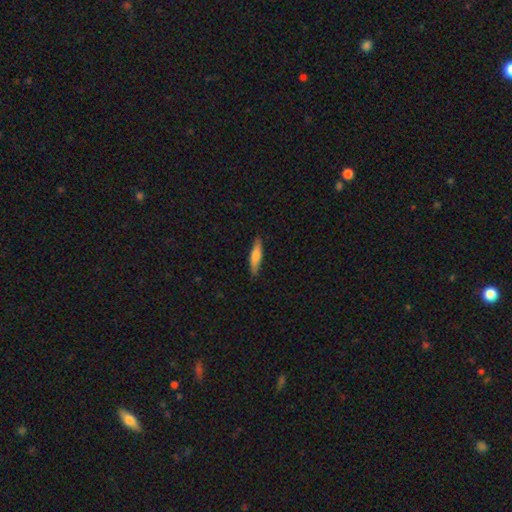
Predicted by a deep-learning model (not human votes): Smooth or featured?
  - smooth: 66% *
  - featured or disk: 28%
  - star or artifact: 6%
How rounded?
  - cigar-shaped: 78% *
  - in between: 21%
  - round: 2%
Merging?
  - none: 87% *
  - minor disturbance: 11%
  - major disturbance: 2%
  - merger: 1%